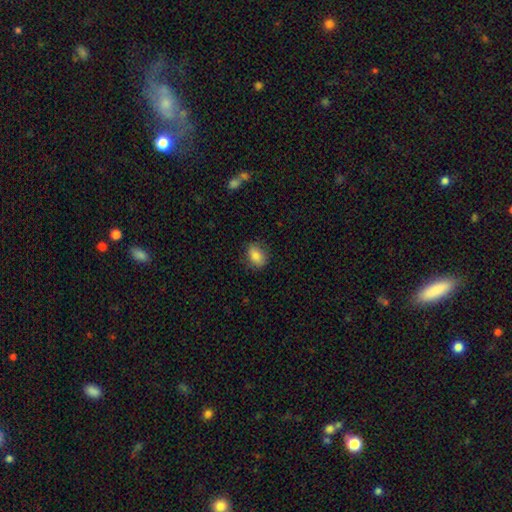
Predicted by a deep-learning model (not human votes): This appears to be a smooth galaxy with no disk features (84%) that is in between round and cigar-shaped (77%). Merging: none (82%).